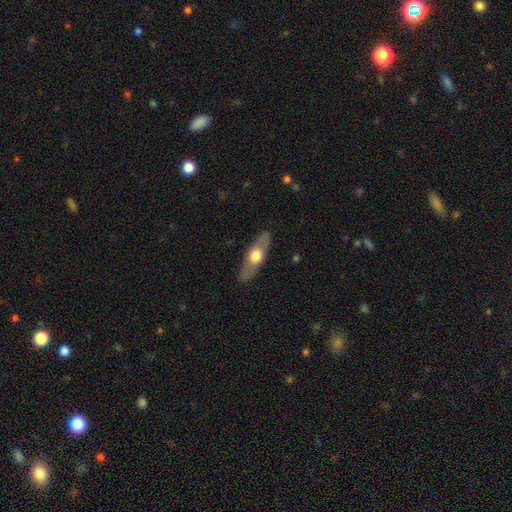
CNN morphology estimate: type=featured or disk (49%); merging=none (84%).